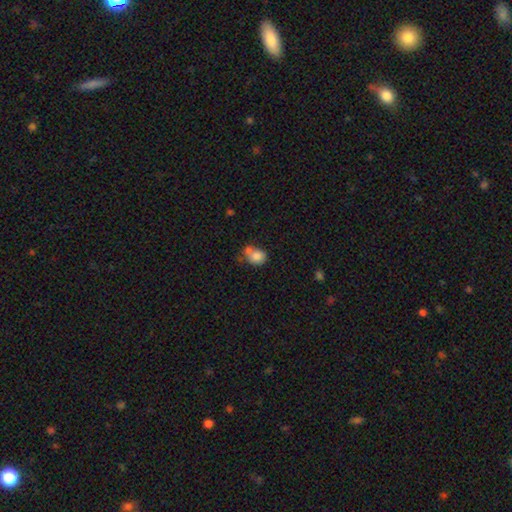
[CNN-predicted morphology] smooth-or-featured: smooth: 80% | featured or disk: 11% | star or artifact: 9%
  how-rounded: round: 53% | in between: 46% | cigar-shaped: 1%
  merging: merger: 38% | none: 36% | minor disturbance: 19% | major disturbance: 8%